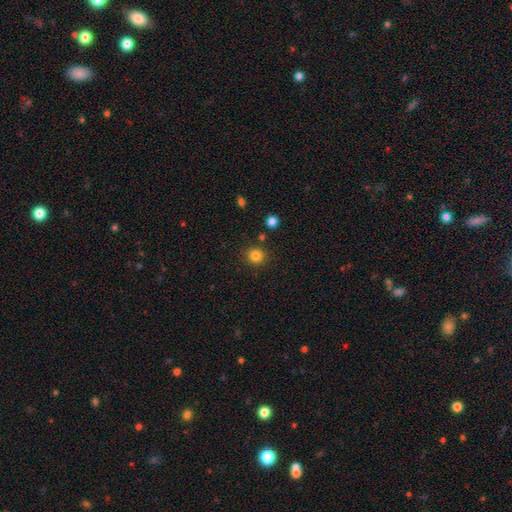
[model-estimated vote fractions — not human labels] Smooth or featured?
  - smooth: 83% *
  - star or artifact: 12%
  - featured or disk: 4%
How rounded?
  - round: 92% *
  - in between: 7%
  - cigar-shaped: 1%
Merging?
  - none: 88% *
  - minor disturbance: 6%
  - merger: 3%
  - major disturbance: 2%